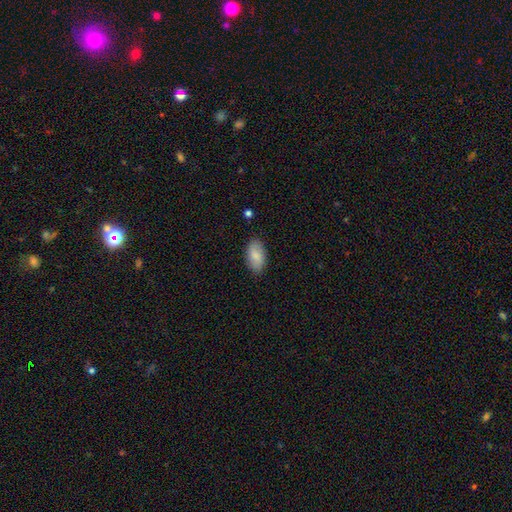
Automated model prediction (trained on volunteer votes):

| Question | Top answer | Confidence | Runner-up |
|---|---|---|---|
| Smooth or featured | smooth | 81% | featured or disk (12%) |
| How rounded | in between | 94% | round (3%) |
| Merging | none | 85% | minor disturbance (11%) |